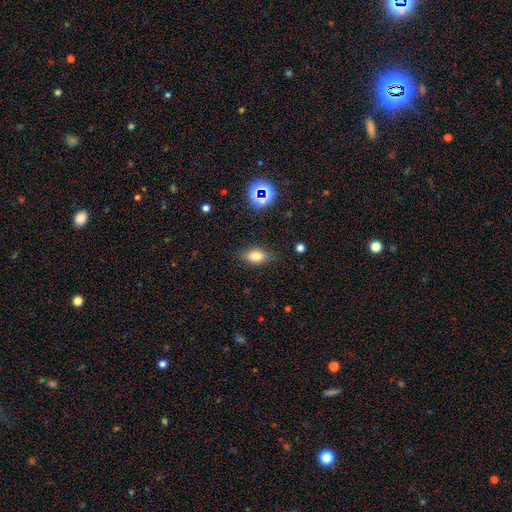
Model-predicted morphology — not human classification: type=smooth (77%); roundness=in between (85%); merging=none (83%).